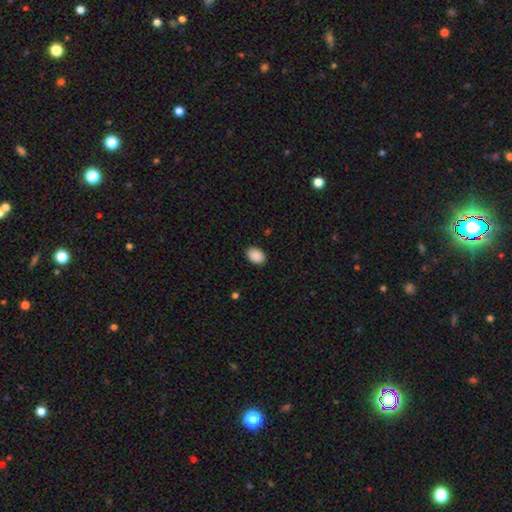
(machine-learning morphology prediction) type=smooth (90%); roundness=in between (80%); merging=none (90%).